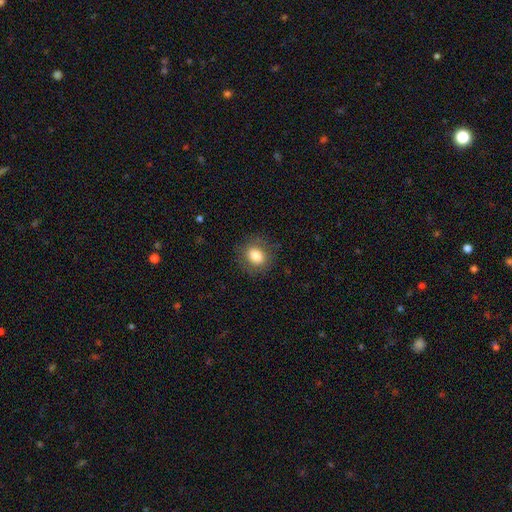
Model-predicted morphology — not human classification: A smooth galaxy with no disk features (81%) that is round (63%). Merging: none (83%).